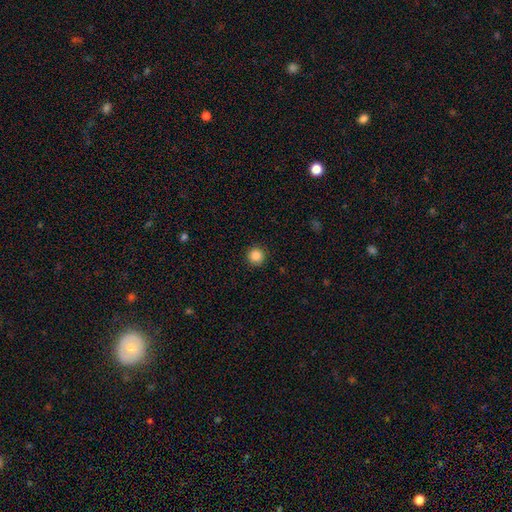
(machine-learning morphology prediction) Q: Smooth or featured?
A: smooth (86%); runner-up: star or artifact (10%)
Q: How rounded?
A: round (96%); runner-up: in between (3%)
Q: Merging?
A: none (93%); runner-up: minor disturbance (5%)